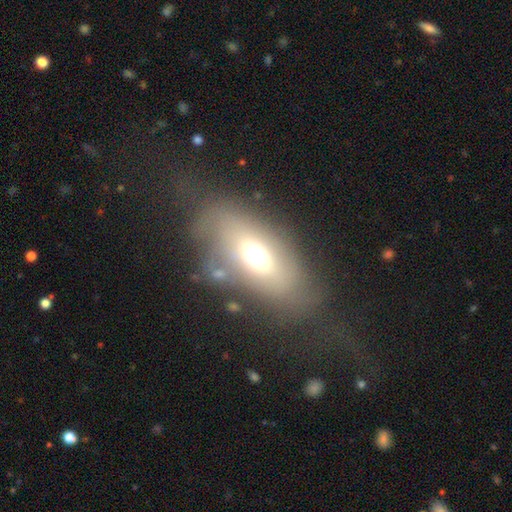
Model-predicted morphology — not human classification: Q: Smooth or featured?
A: smooth (54%); runner-up: featured or disk (33%)
Q: How rounded?
A: in between (83%); runner-up: round (10%)
Q: Merging?
A: none (51%); runner-up: major disturbance (24%)